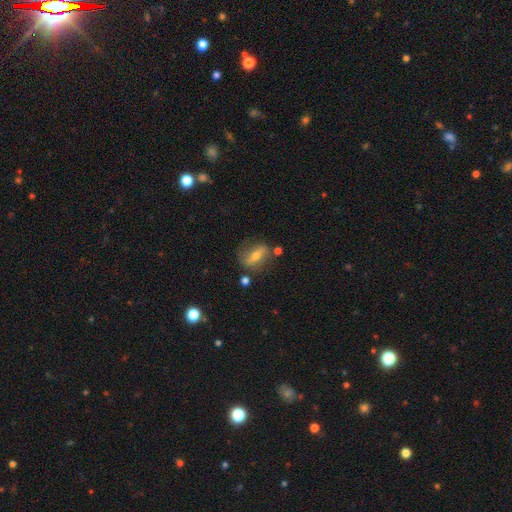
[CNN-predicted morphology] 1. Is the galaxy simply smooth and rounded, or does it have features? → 51% featured or disk, 38% smooth, 10% star or artifact.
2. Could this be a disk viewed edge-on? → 80% no, 20% yes.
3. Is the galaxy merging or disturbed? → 64% none, 20% minor disturbance, 10% major disturbance, 6% merger.